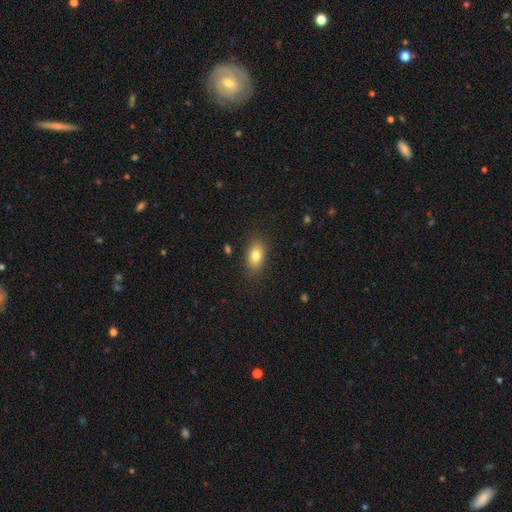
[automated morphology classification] A smooth galaxy with no disk features (80%) that is in between round and cigar-shaped (86%). Merging: none (85%).